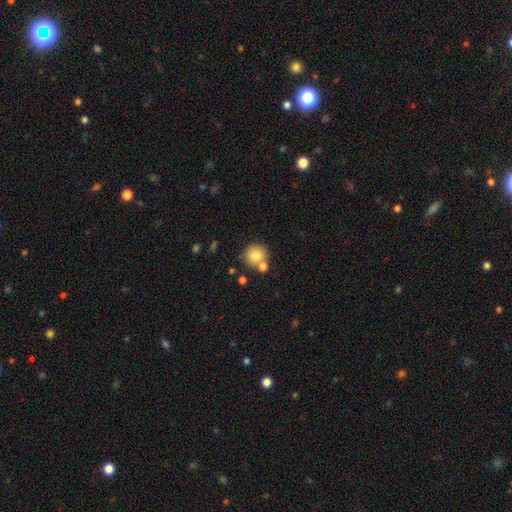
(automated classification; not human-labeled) Smooth or featured? Predicted: smooth (p=0.81). How rounded? Predicted: round (p=0.89). Merging? Predicted: none (p=0.64).